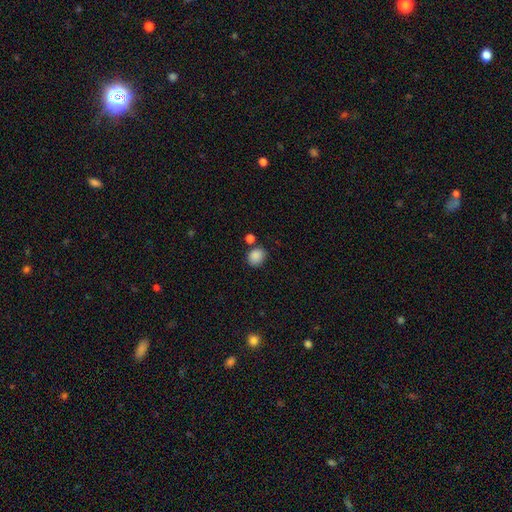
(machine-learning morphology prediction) Smooth or featured? smooth (87%)
How rounded? round (68%)
Merging? none (75%)